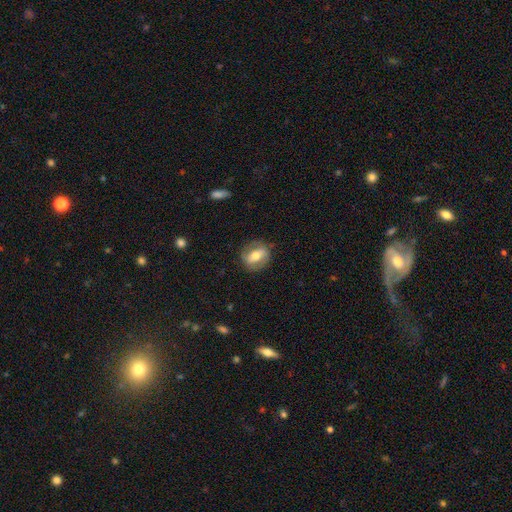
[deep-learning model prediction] This appears to be a smooth galaxy with no disk features (48%). Merging: none (80%).